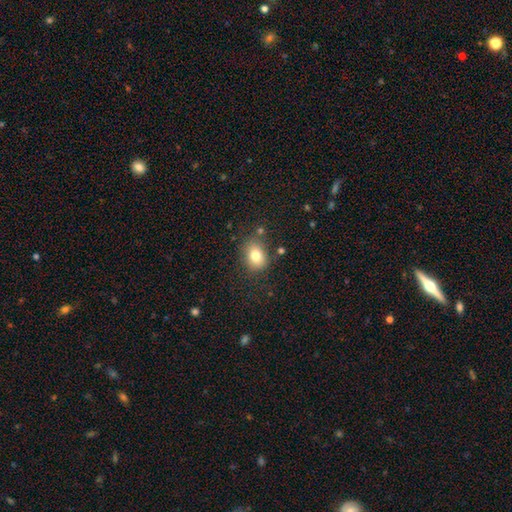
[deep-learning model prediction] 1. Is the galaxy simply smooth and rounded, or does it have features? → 80% smooth, 10% star or artifact, 10% featured or disk.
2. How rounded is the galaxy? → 60% in between, 39% round, 1% cigar-shaped.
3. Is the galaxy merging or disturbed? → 77% none, 14% minor disturbance, 5% merger, 4% major disturbance.